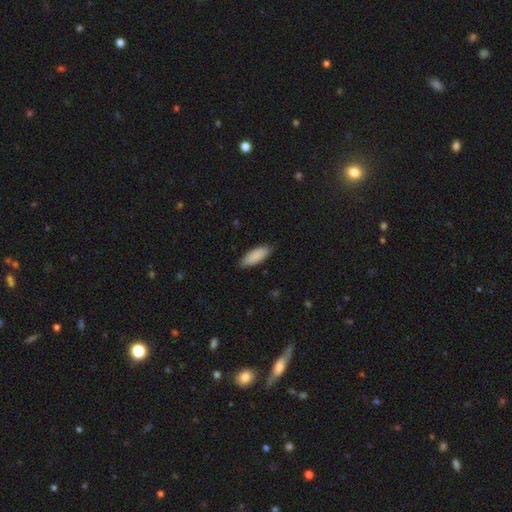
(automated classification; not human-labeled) smooth 89%, featured or disk 6%, star or artifact 5%. Down the decision tree: how rounded — in between (73%); merging — none (84%).